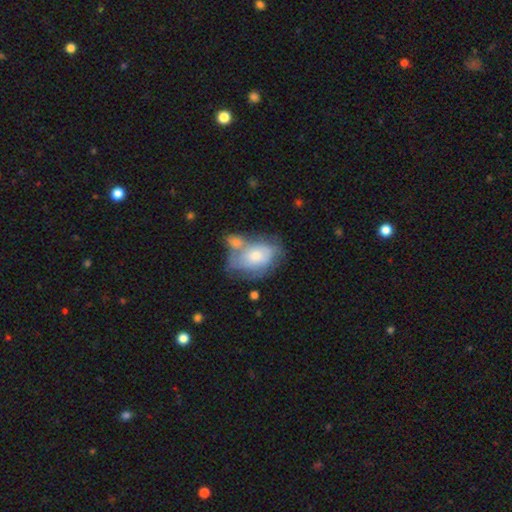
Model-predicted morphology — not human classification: This appears to be a smooth galaxy with no disk features (50%). Merging: none (33%).